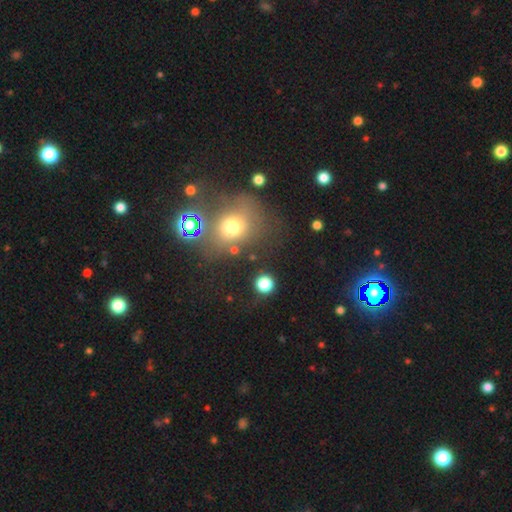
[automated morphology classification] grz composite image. It shows a smooth galaxy with no disk features (53%) that is round (76%). Merging: none (72%).